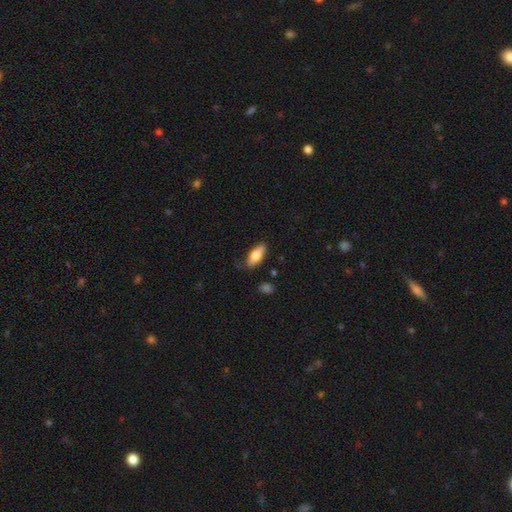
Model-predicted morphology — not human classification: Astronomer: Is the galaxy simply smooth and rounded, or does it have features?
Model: smooth — 75%.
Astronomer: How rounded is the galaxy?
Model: in between — 76%.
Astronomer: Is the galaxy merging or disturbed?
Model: none — 77%.